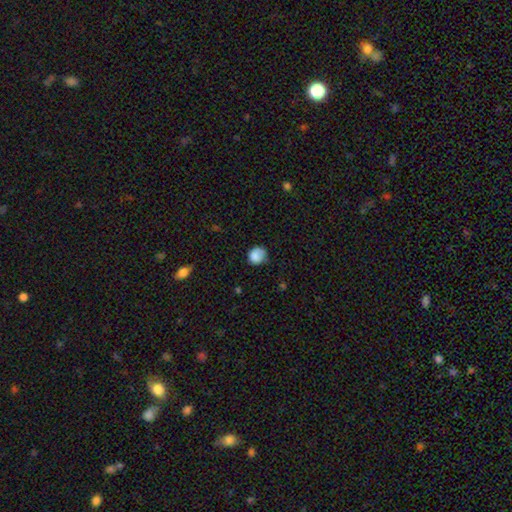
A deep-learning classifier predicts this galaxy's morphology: This is clearly a smooth galaxy (83%). How rounded: likely round (73%). Merging: possibly none (57%).